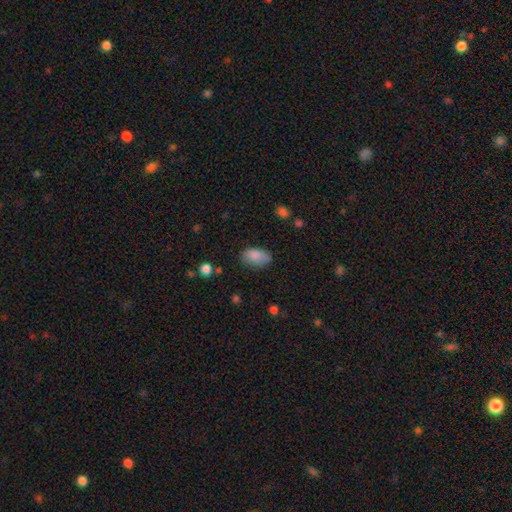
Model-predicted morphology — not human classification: type=smooth (86%); roundness=in between (92%); merging=none (73%).